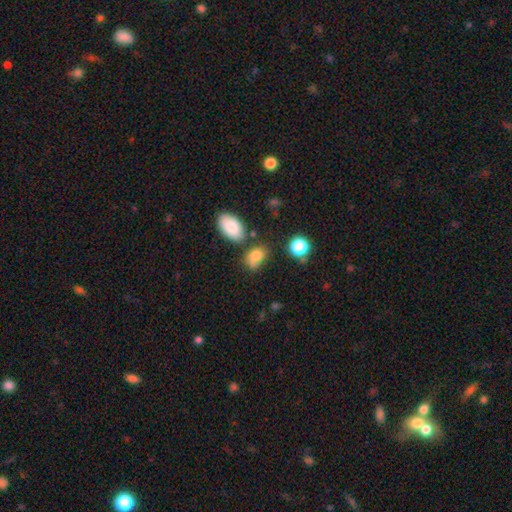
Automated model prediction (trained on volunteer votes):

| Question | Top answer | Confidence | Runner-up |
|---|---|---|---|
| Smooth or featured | smooth | 80% | star or artifact (11%) |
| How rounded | in between | 78% | round (20%) |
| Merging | none | 53% | minor disturbance (24%) |